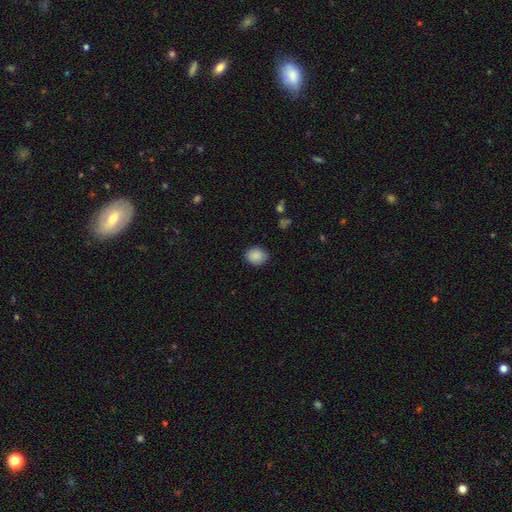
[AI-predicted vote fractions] A smooth galaxy with no disk features (89%) that is round (63%).

Vote fractions:
- Smooth or featured? smooth: 89% / star or artifact: 8% / featured or disk: 4%
- How rounded? round: 63% / in between: 36% / cigar-shaped: 1%
- Merging? none: 86% / minor disturbance: 11% / major disturbance: 2% / merger: 1%